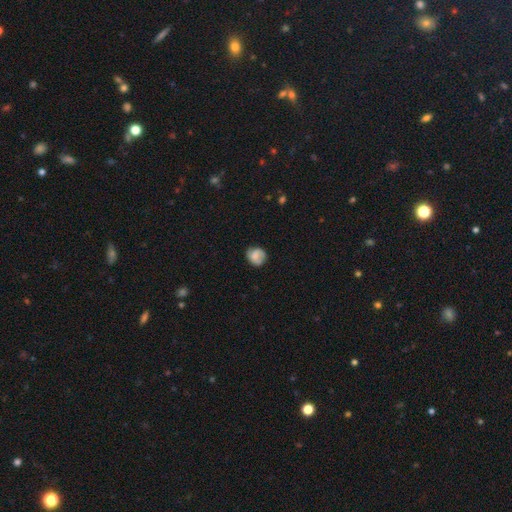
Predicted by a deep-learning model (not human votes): This is likely a smooth galaxy (72%). How rounded: clearly round (80%). Merging: likely none (69%).